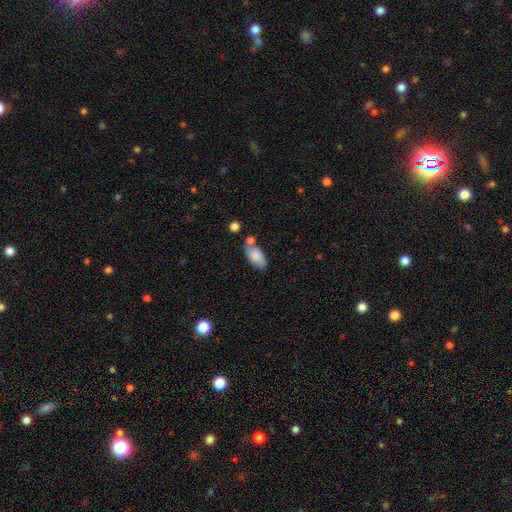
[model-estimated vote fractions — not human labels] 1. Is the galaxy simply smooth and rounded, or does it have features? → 76% smooth, 17% featured or disk, 7% star or artifact.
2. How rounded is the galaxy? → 91% in between, 5% cigar-shaped, 4% round.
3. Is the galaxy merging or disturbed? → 56% none, 20% merger, 19% minor disturbance, 5% major disturbance.